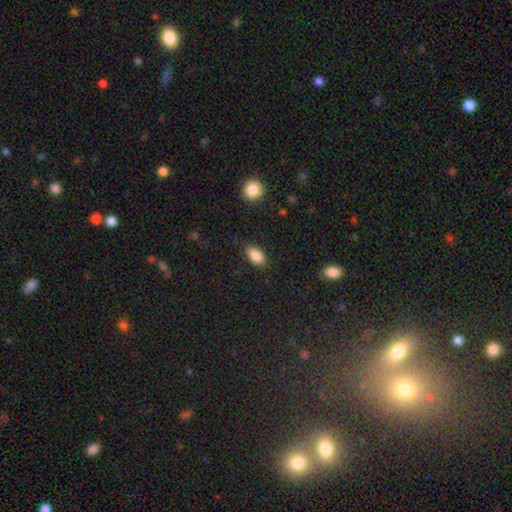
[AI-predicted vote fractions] Smooth or featured? Predicted: smooth (p=0.86). How rounded? Predicted: in between (p=0.92). Merging? Predicted: none (p=0.85).